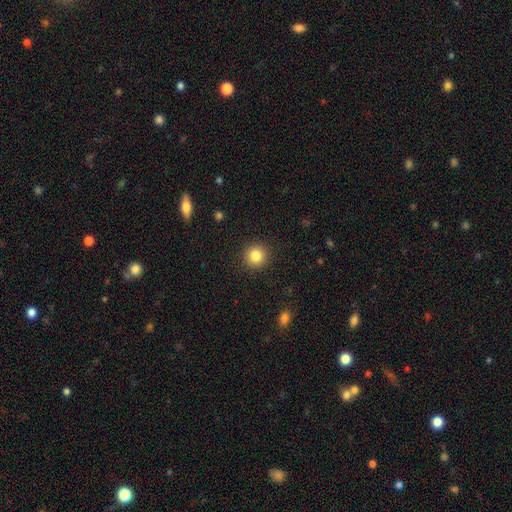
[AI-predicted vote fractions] smooth 85%, star or artifact 10%, featured or disk 5%. Down the decision tree: how rounded — round (93%); merging — none (91%).